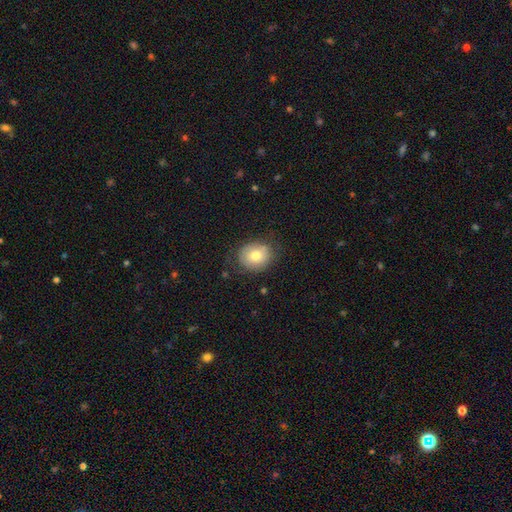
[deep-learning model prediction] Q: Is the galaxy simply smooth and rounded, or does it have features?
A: smooth — 73%.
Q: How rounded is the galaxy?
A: round — 60%.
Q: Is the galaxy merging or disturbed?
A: none — 72%.